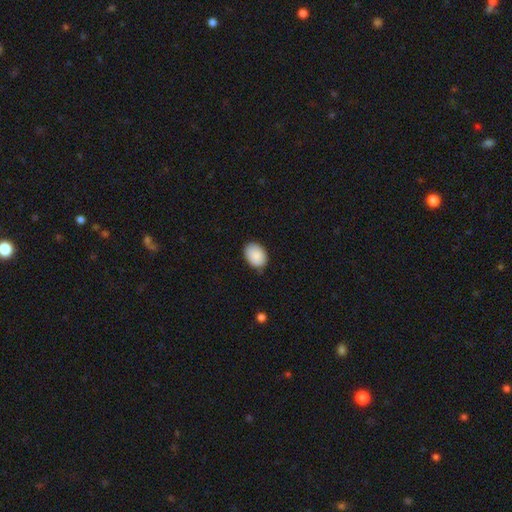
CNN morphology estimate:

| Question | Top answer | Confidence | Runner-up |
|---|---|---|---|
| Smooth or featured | smooth | 89% | star or artifact (7%) |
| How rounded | in between | 78% | round (21%) |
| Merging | none | 80% | minor disturbance (16%) |